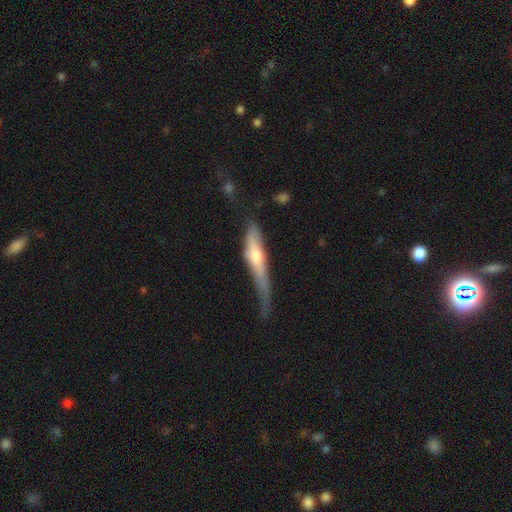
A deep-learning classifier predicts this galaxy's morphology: Smooth or featured? featured or disk (55%)
Edge-on disk? yes (79%)
Merging? minor disturbance (35%)